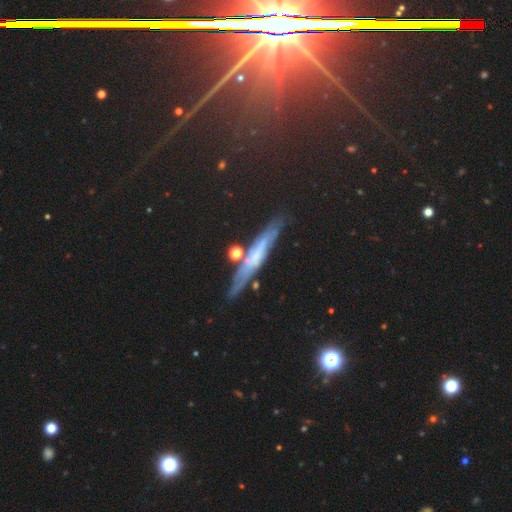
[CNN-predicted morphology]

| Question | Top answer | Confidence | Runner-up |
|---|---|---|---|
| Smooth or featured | featured or disk | 48% | smooth (32%) |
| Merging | none | 75% | minor disturbance (16%) |